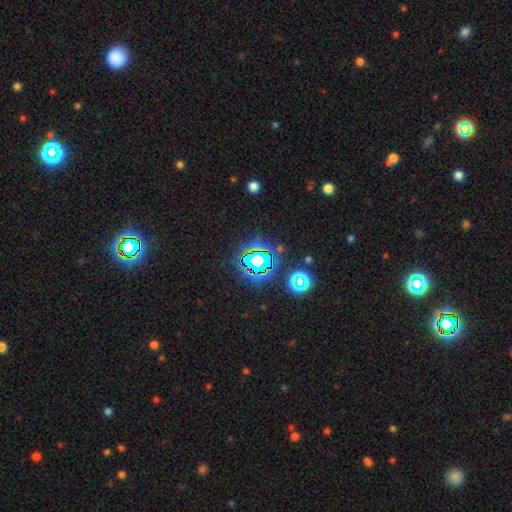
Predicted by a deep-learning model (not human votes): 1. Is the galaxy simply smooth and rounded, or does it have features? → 73% star or artifact, 16% smooth, 11% featured or disk.